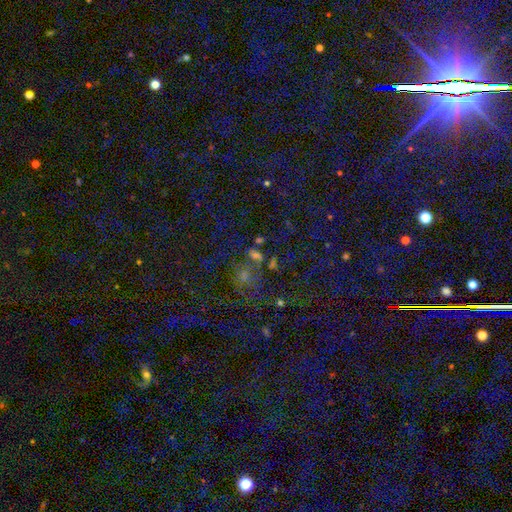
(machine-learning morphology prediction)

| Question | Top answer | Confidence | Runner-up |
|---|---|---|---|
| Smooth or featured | star or artifact | 45% | smooth (39%) |